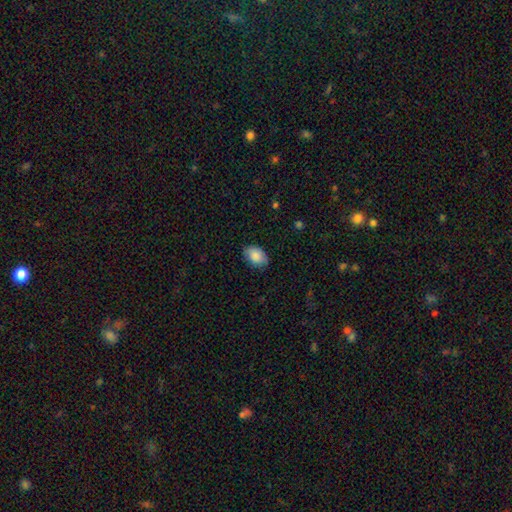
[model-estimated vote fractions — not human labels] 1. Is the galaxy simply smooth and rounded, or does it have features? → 87% smooth, 7% featured or disk, 7% star or artifact.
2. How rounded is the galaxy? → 86% in between, 13% round, 1% cigar-shaped.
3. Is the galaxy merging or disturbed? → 81% none, 16% minor disturbance, 3% major disturbance, 1% merger.